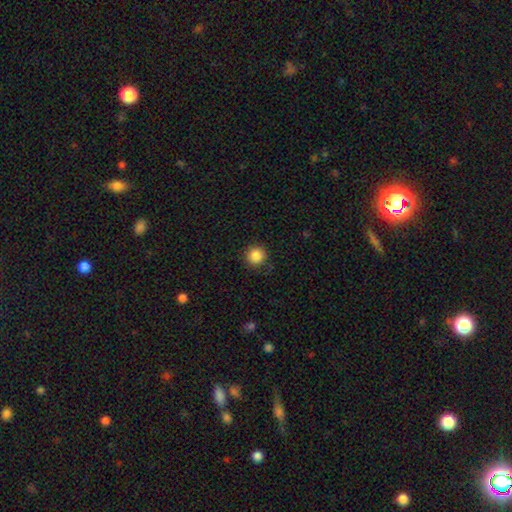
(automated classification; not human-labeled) This appears to be a smooth galaxy with no disk features (86%) that is round (95%). Merging: none (88%).